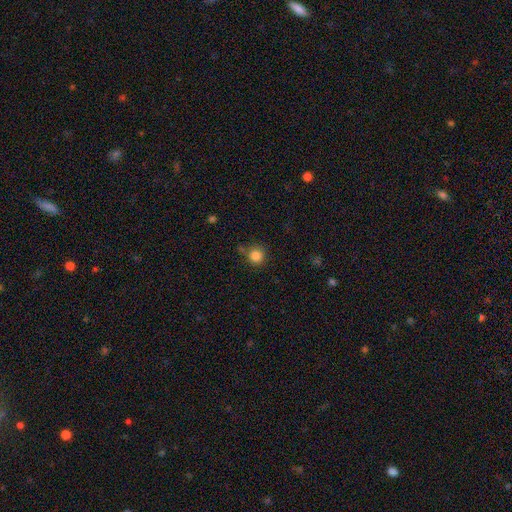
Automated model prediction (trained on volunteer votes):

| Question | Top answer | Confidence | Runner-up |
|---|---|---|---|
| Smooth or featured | smooth | 84% | star or artifact (11%) |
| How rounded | round | 94% | in between (5%) |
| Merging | none | 75% | minor disturbance (13%) |